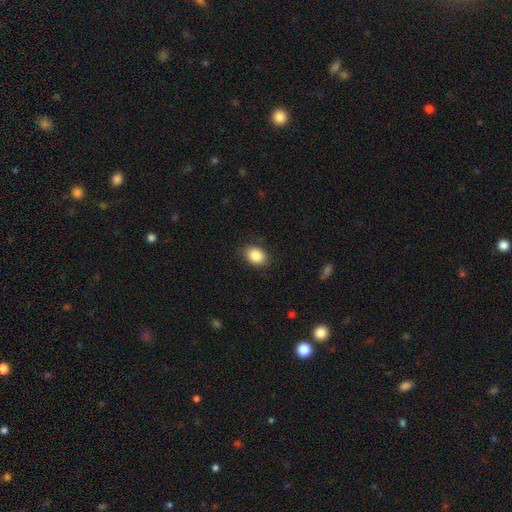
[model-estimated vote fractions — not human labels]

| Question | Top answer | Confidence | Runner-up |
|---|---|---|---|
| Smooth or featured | smooth | 87% | star or artifact (8%) |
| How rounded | in between | 70% | round (29%) |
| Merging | none | 85% | minor disturbance (11%) |